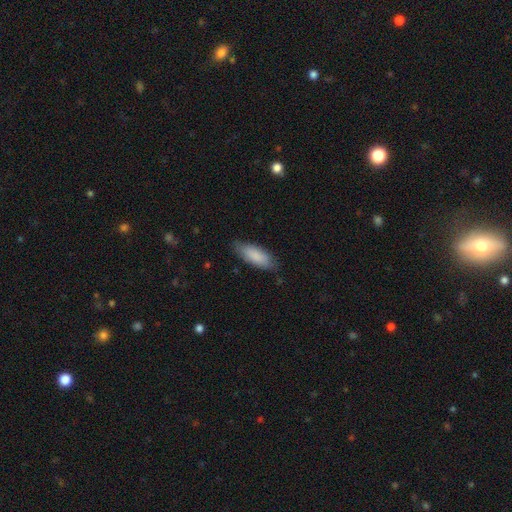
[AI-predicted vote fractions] Smooth or featured?
  - smooth: 86% *
  - featured or disk: 9%
  - star or artifact: 5%
How rounded?
  - in between: 74% *
  - cigar-shaped: 24%
  - round: 2%
Merging?
  - none: 78% *
  - minor disturbance: 18%
  - major disturbance: 3%
  - merger: 1%